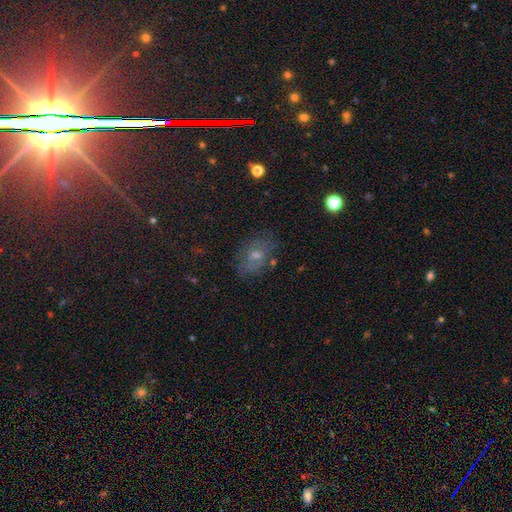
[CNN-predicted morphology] Q: Smooth or featured?
A: smooth (44%); runner-up: featured or disk (35%)
Q: Merging?
A: none (68%); runner-up: minor disturbance (20%)